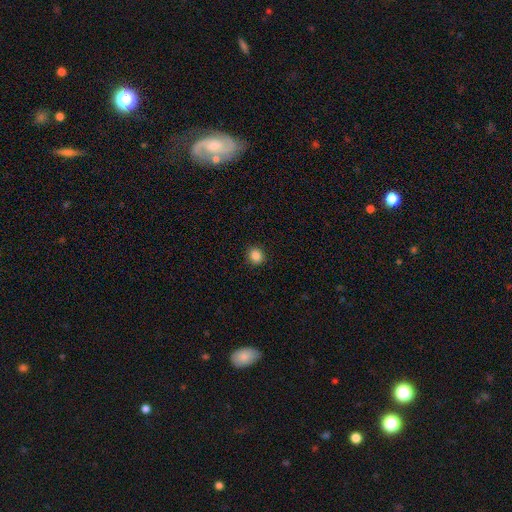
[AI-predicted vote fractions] Smooth or featured? Predicted: smooth (p=0.86). How rounded? Predicted: round (p=0.84). Merging? Predicted: none (p=0.91).